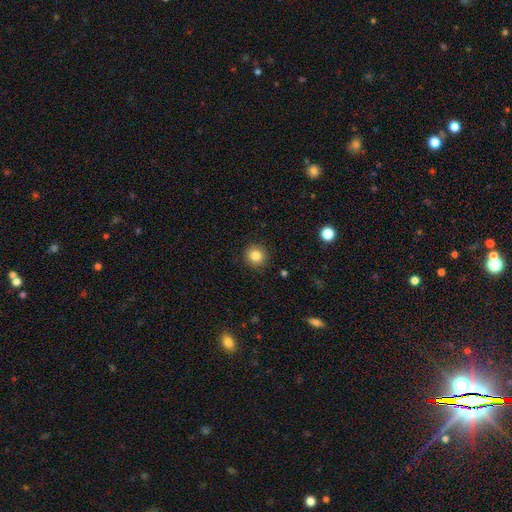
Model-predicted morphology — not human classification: Smooth or featured? smooth (84%)
How rounded? round (91%)
Merging? none (91%)